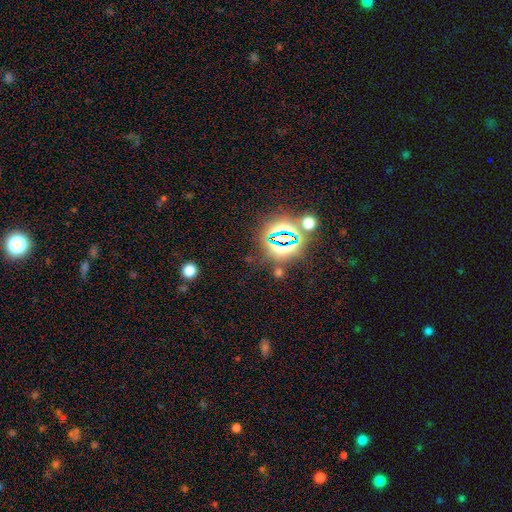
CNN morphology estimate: This appears to be a star or artifact, not a galaxy (78%).